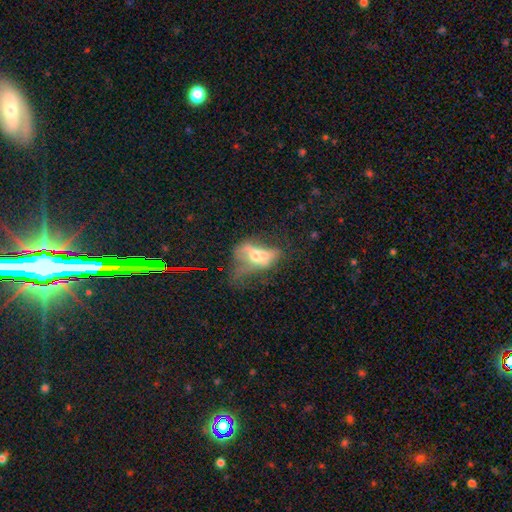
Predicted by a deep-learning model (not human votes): A featured or disk galaxy (50%).

Vote fractions:
- Smooth or featured? featured or disk: 50% / smooth: 35% / star or artifact: 14%
- Edge-on disk? no: 74% / yes: 26%
- Merging? major disturbance: 45% / none: 26% / minor disturbance: 21% / merger: 8%